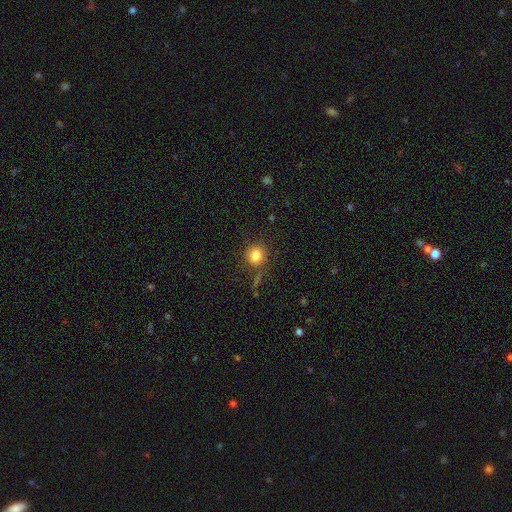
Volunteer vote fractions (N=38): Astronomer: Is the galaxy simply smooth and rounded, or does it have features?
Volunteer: smooth — 92%.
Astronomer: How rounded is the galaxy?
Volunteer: round — 83%.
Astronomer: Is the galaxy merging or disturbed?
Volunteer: none — 69%.